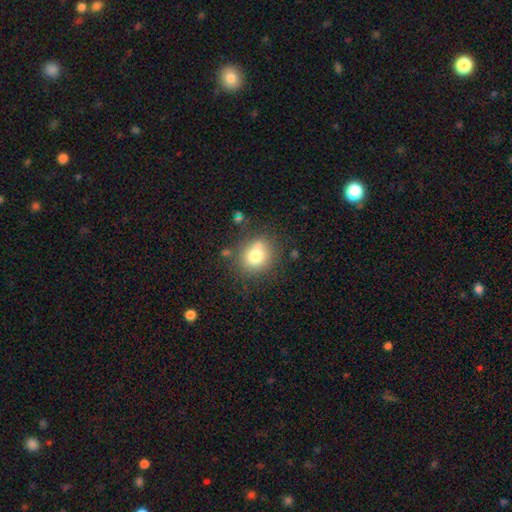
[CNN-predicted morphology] Smooth or featured?
  - smooth: 74% *
  - featured or disk: 14%
  - star or artifact: 12%
How rounded?
  - round: 77% *
  - in between: 22%
  - cigar-shaped: 1%
Merging?
  - none: 67% *
  - minor disturbance: 15%
  - merger: 13%
  - major disturbance: 5%